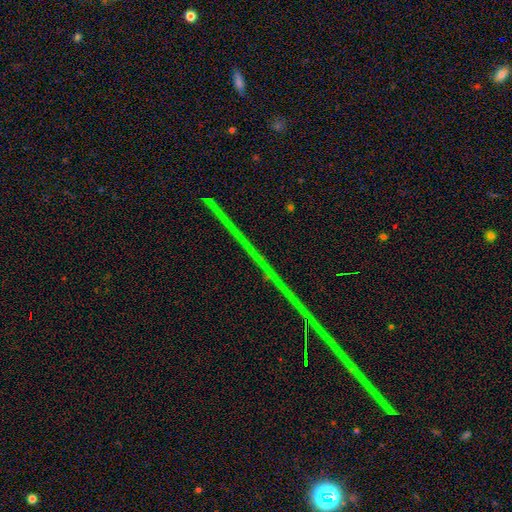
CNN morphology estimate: This appears to be a star or artifact, not a galaxy (81%).